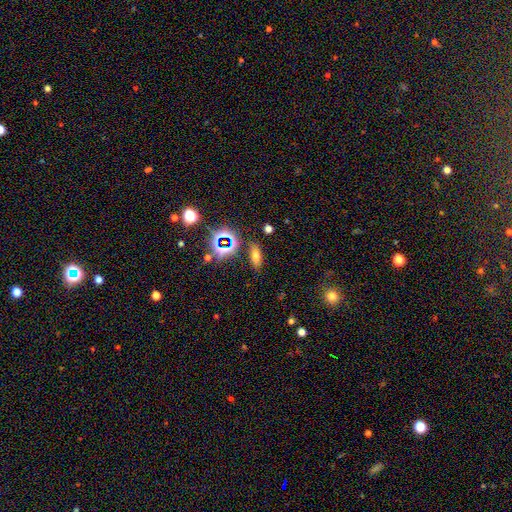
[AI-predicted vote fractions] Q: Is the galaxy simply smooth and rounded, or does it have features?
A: smooth — 58%.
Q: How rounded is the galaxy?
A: in between — 71%.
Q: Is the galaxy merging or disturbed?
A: none — 80%.